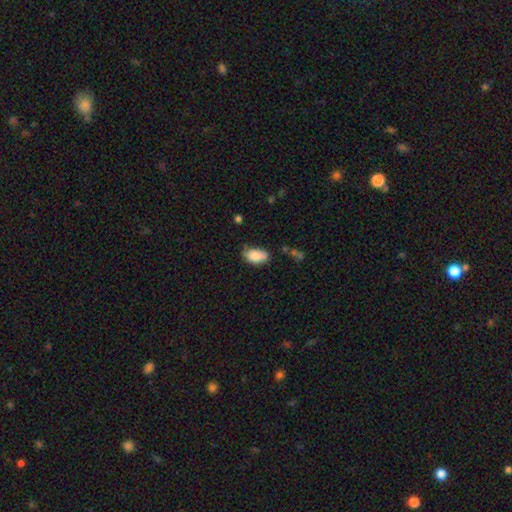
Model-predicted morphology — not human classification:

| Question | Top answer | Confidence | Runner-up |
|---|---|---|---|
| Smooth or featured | smooth | 86% | star or artifact (7%) |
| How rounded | in between | 93% | round (5%) |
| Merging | none | 62% | minor disturbance (29%) |